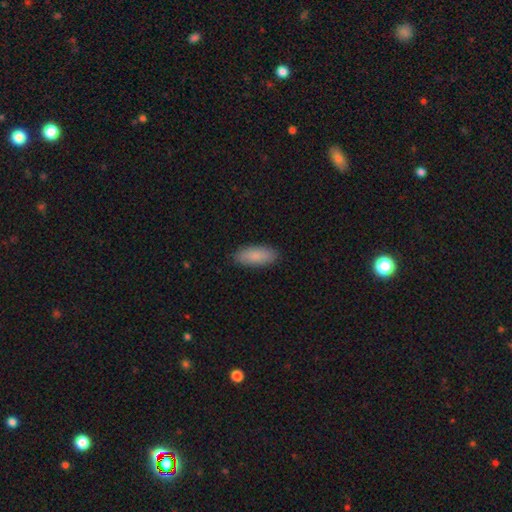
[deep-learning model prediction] A smooth galaxy with no disk features (87%) that is in between round and cigar-shaped (81%). Merging: none (89%).